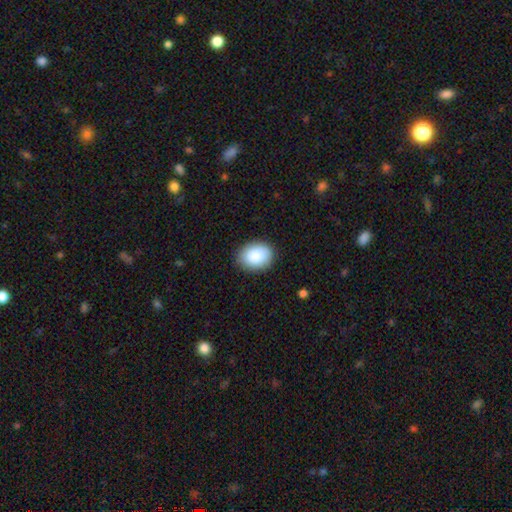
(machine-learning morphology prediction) This is clearly a smooth galaxy (89%). How rounded: likely in between (63%). Merging: clearly none (87%).